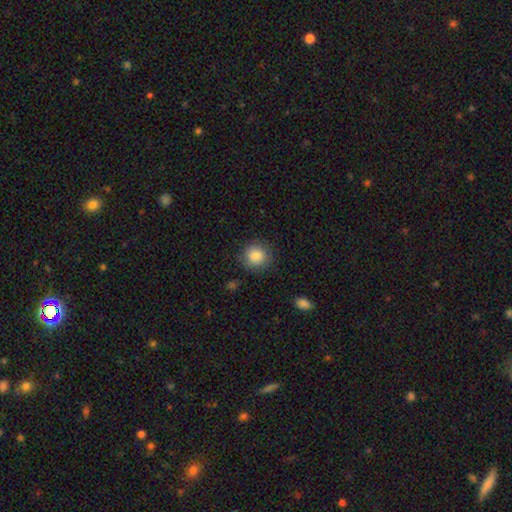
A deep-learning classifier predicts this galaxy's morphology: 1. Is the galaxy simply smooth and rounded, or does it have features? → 84% smooth, 9% star or artifact, 7% featured or disk.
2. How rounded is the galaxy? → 88% round, 11% in between, 1% cigar-shaped.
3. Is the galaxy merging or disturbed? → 84% none, 11% minor disturbance, 4% major disturbance, 1% merger.